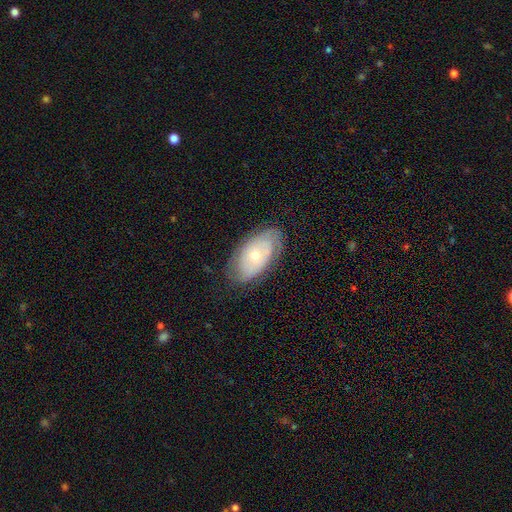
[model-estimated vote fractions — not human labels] This appears to be a featured or disk galaxy (59%) with no bar (81%), spiral arms (70%) and a moderate central bulge (52%). Merging: none (74%).